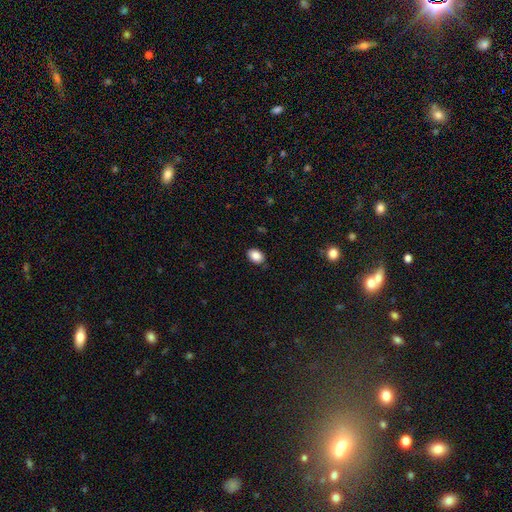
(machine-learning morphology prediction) Q: Smooth or featured?
A: smooth (88%); runner-up: star or artifact (8%)
Q: How rounded?
A: in between (77%); runner-up: round (22%)
Q: Merging?
A: none (84%); runner-up: minor disturbance (13%)